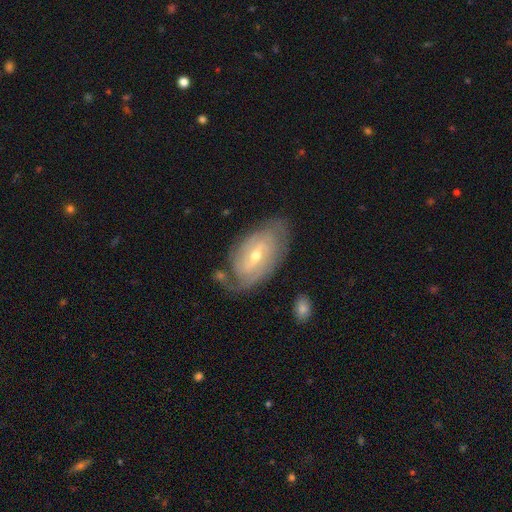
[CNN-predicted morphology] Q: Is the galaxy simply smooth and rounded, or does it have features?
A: featured or disk — 82%.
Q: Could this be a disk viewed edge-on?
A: no — 94%.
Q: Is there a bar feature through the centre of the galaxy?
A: weak — 52%.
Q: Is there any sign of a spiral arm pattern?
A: yes — 92%.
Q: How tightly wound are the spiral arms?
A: tight — 66%.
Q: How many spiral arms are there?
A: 2 — 38%.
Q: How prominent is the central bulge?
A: moderate — 50%.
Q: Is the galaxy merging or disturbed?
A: none — 68%.